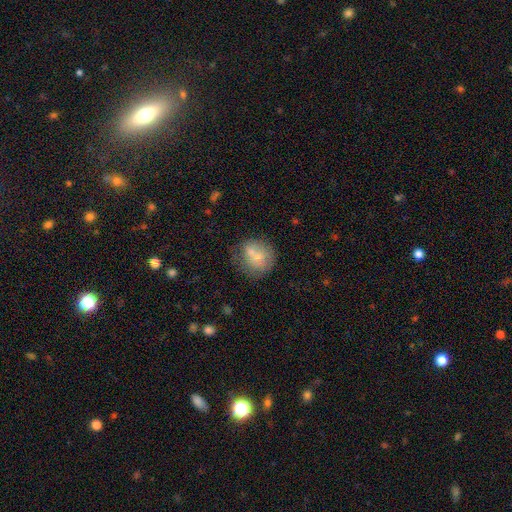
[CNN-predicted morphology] Q: Smooth or featured?
A: smooth (68%); runner-up: featured or disk (23%)
Q: How rounded?
A: round (81%); runner-up: in between (18%)
Q: Merging?
A: none (44%); runner-up: merger (31%)